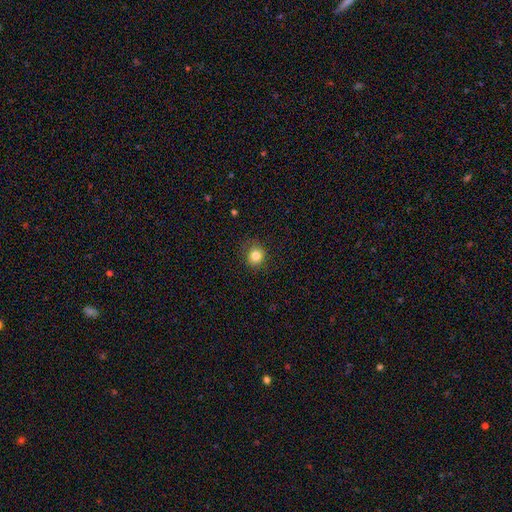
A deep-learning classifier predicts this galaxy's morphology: smooth-or-featured: smooth: 83% | star or artifact: 11% | featured or disk: 6%
  how-rounded: round: 84% | in between: 15% | cigar-shaped: 1%
  merging: none: 85% | minor disturbance: 11% | major disturbance: 3% | merger: 1%